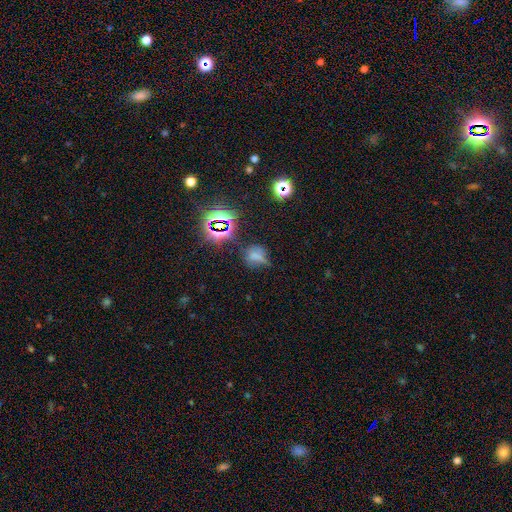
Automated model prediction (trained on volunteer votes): smooth-or-featured: smooth: 47% | star or artifact: 38% | featured or disk: 15%
  merging: none: 52% | minor disturbance: 27% | major disturbance: 16% | merger: 6%